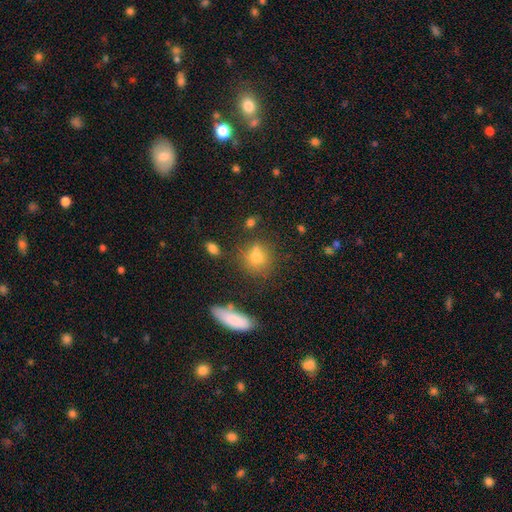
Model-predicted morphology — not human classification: A smooth galaxy with no disk features (68%) that is round (68%).

Vote fractions:
- Smooth or featured? smooth: 68% / star or artifact: 18% / featured or disk: 14%
- How rounded? round: 68% / in between: 28% / cigar-shaped: 4%
- Merging? none: 68% / minor disturbance: 15% / merger: 11% / major disturbance: 6%